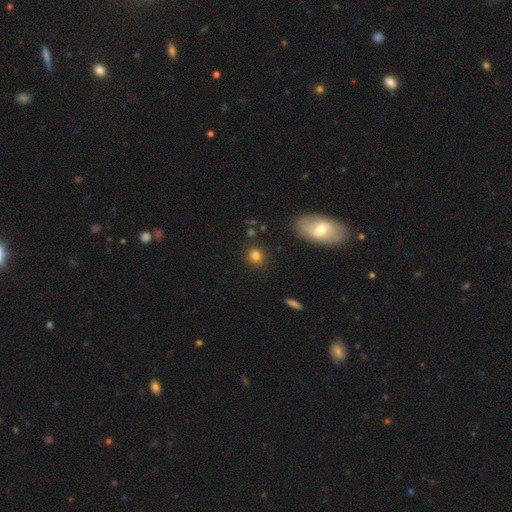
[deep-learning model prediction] Smooth or featured? Predicted: smooth (p=0.81). How rounded? Predicted: round (p=0.82). Merging? Predicted: none (p=0.86).